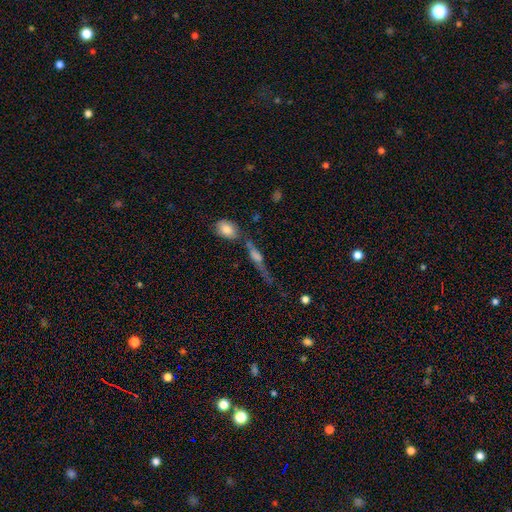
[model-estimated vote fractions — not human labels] featured or disk 54%, smooth 32%, star or artifact 14%. Down the decision tree: edge-on disk — yes (84%); merging — none (50%).